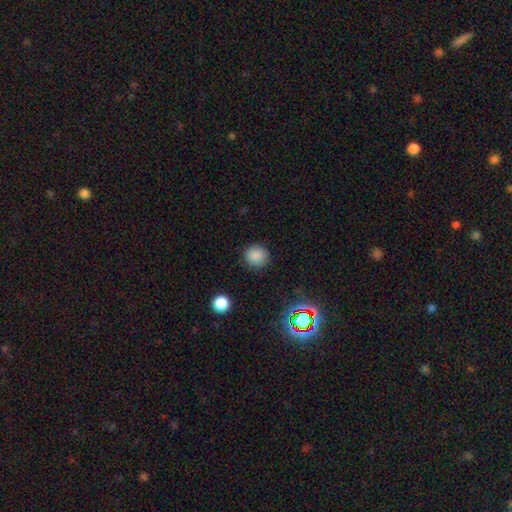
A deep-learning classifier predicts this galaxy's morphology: A smooth galaxy with no disk features (84%) that is round (91%).

Vote fractions:
- Smooth or featured? smooth: 84% / star or artifact: 12% / featured or disk: 4%
- How rounded? round: 91% / in between: 8% / cigar-shaped: 1%
- Merging? none: 88% / minor disturbance: 8% / major disturbance: 3% / merger: 1%